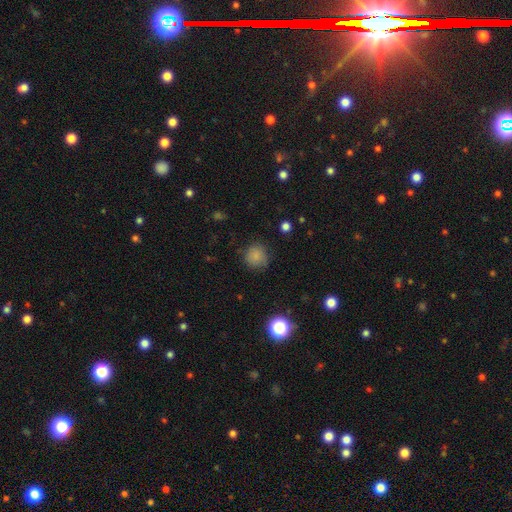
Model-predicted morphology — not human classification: The model was most divided on "merging": none: 75%, minor disturbance: 19%, major disturbance: 5%, merger: 1%. More confident: how rounded — round (90%); smooth or featured — smooth (81%).